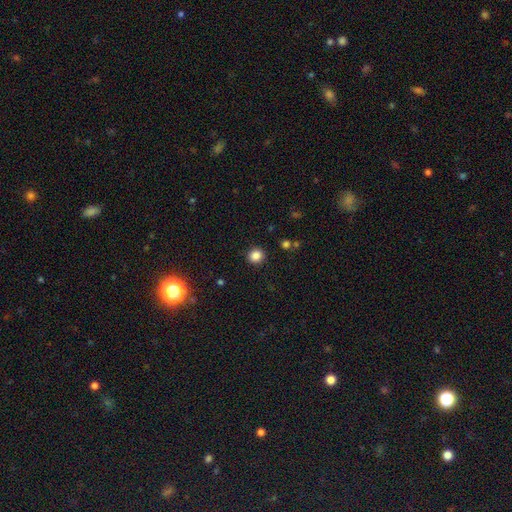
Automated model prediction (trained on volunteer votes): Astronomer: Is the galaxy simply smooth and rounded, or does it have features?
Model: smooth — 85%.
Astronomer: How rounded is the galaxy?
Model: round — 88%.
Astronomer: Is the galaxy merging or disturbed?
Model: none — 90%.